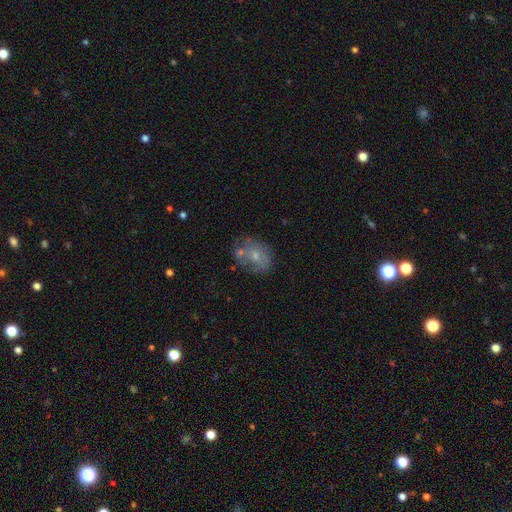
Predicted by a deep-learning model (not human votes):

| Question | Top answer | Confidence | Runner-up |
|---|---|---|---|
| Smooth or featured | smooth | 50% | featured or disk (41%) |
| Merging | none | 47% | minor disturbance (24%) |